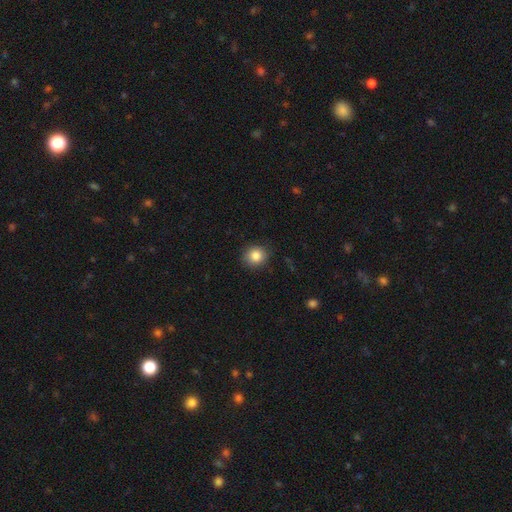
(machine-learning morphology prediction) The model was most divided on "how rounded": round: 85%, in between: 15%, cigar-shaped: 1%. More confident: merging — none (88%); smooth or featured — smooth (85%).